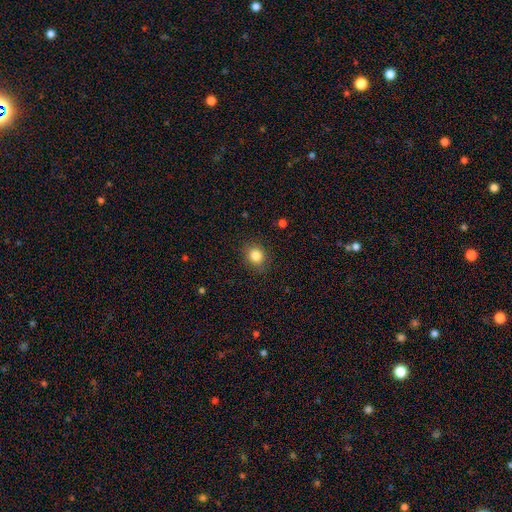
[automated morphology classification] type=smooth (84%); roundness=round (70%); merging=none (87%).